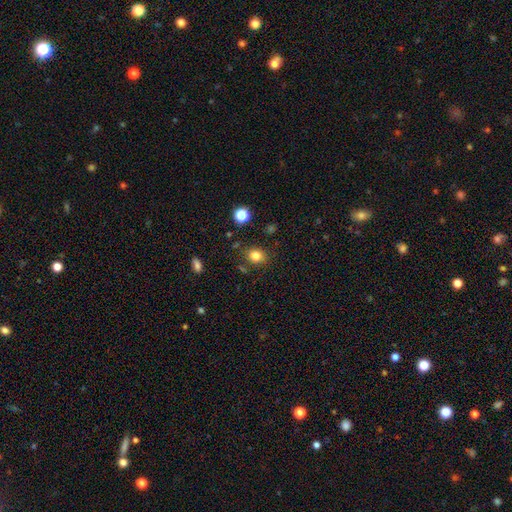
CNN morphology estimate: Smooth or featured?
  - smooth: 82% *
  - star or artifact: 12%
  - featured or disk: 6%
How rounded?
  - round: 60% *
  - in between: 39%
  - cigar-shaped: 1%
Merging?
  - none: 83% *
  - minor disturbance: 11%
  - major disturbance: 3%
  - merger: 3%